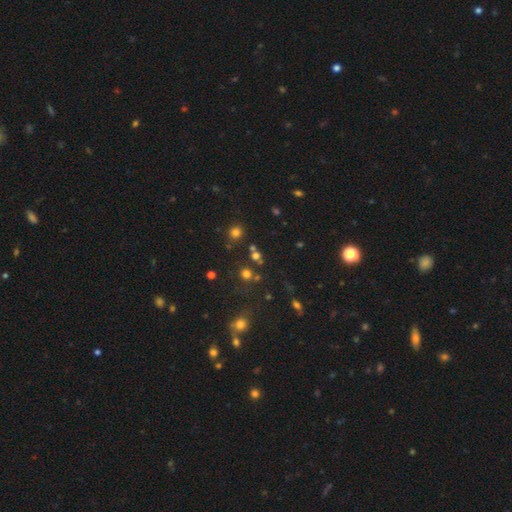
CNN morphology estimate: This appears to be a smooth galaxy with no disk features (62%) that is round (82%). Merging: none (69%).